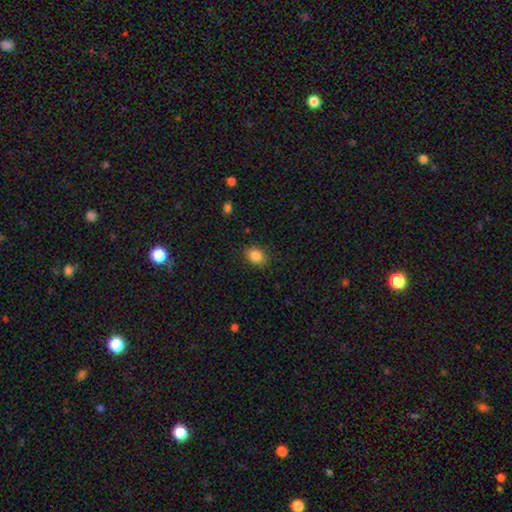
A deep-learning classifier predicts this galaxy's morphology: type=smooth (86%); roundness=in between (70%); merging=none (86%).